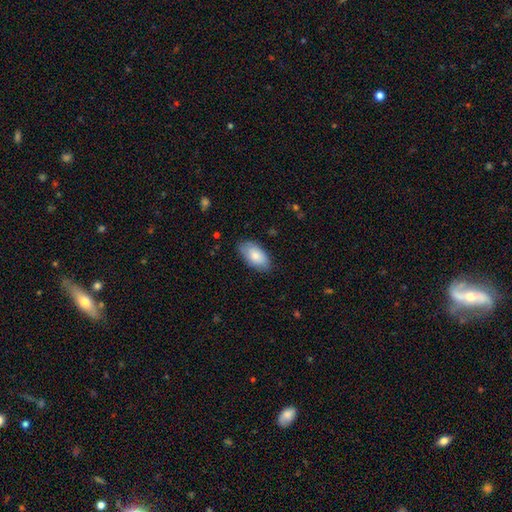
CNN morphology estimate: A smooth galaxy with no disk features (81%) that is in between round and cigar-shaped (95%).

Vote fractions:
- Smooth or featured? smooth: 81% / featured or disk: 13% / star or artifact: 6%
- How rounded? in between: 95% / round: 3% / cigar-shaped: 2%
- Merging? none: 78% / minor disturbance: 18% / major disturbance: 3% / merger: 1%